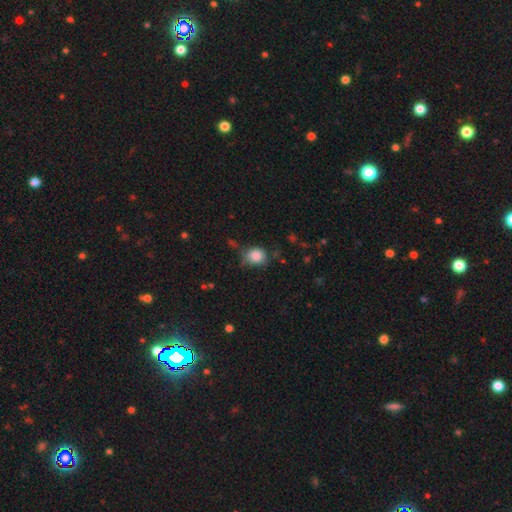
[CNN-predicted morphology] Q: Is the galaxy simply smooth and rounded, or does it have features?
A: smooth — 84%.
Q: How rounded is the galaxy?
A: round — 75%.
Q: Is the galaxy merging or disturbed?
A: none — 61%.